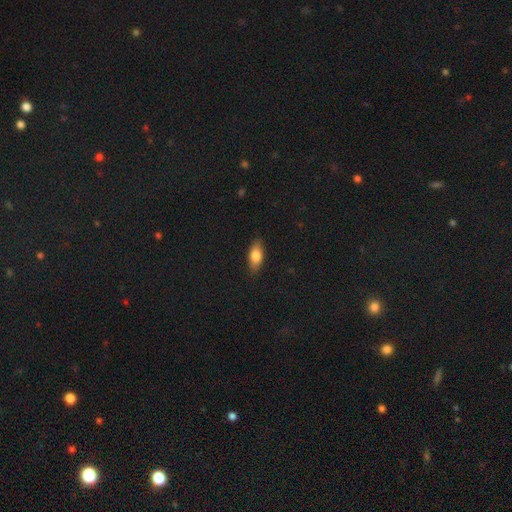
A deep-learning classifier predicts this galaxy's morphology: This is likely a smooth galaxy (78%). How rounded: clearly in between (82%). Merging: clearly none (86%).